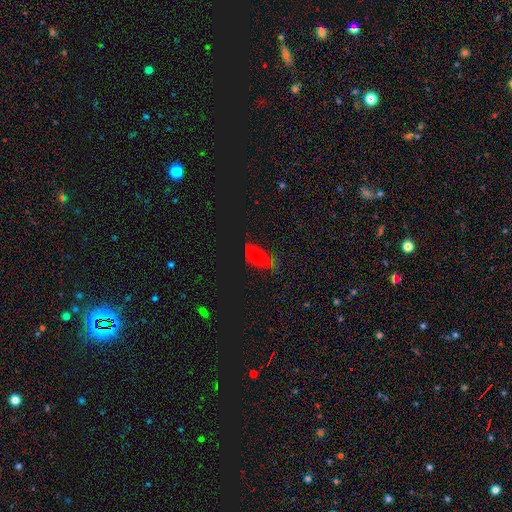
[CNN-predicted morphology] Overall: smooth (62%; star or artifact 22%). How rounded: in between (82%). Merging: none (47%; minor disturbance 32%).